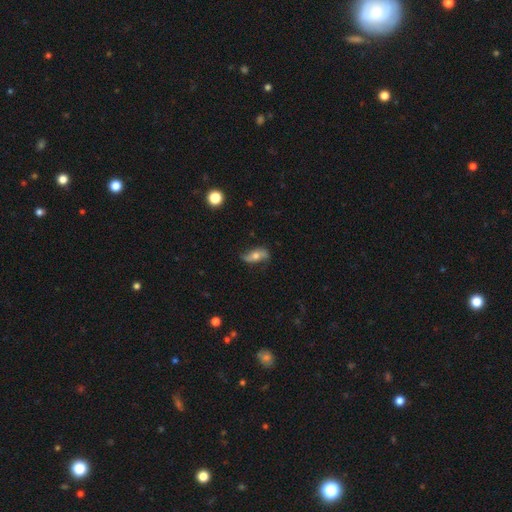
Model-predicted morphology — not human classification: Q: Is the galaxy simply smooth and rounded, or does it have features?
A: featured or disk — 61%.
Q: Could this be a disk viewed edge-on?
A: no — 84%.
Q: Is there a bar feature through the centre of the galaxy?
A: no — 63%.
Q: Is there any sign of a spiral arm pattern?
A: yes — 84%.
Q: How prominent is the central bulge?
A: moderate — 64%.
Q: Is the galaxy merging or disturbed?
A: none — 68%.